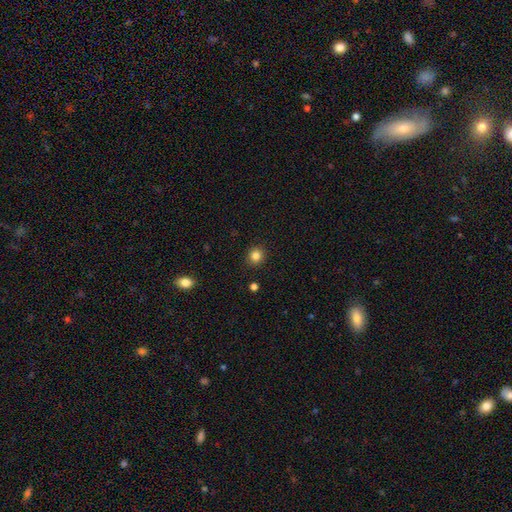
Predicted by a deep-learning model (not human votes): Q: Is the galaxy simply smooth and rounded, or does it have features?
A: smooth — 83%.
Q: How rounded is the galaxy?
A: round — 83%.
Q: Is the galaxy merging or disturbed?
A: none — 91%.